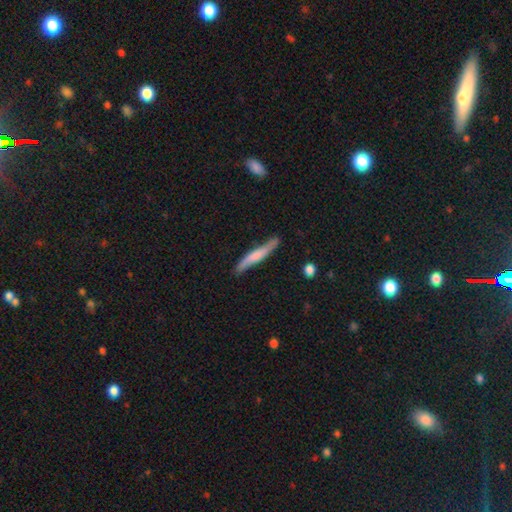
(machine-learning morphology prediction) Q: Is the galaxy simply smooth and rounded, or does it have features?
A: smooth — 52%.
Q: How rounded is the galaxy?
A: cigar-shaped — 93%.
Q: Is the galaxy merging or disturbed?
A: none — 75%.